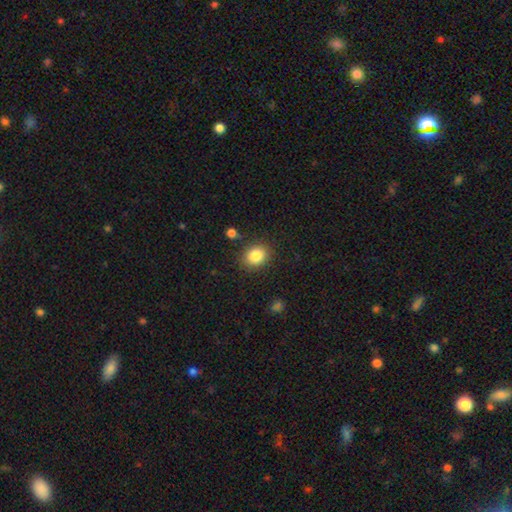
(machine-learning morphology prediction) Smooth or featured? smooth (84%)
How rounded? round (54%)
Merging? none (84%)